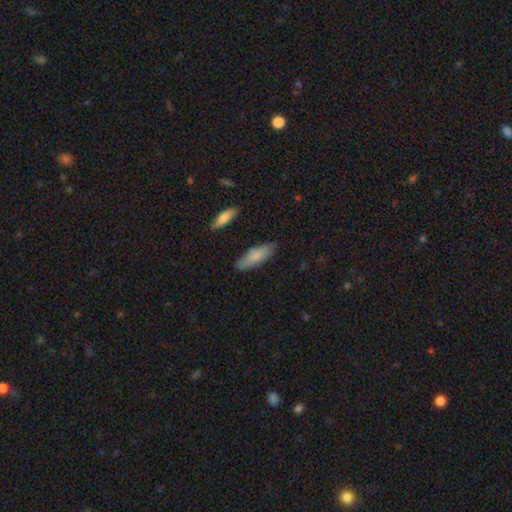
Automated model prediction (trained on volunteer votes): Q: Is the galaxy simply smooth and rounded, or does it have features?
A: smooth — 81%.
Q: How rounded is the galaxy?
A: in between — 56%.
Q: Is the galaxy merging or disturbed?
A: none — 82%.